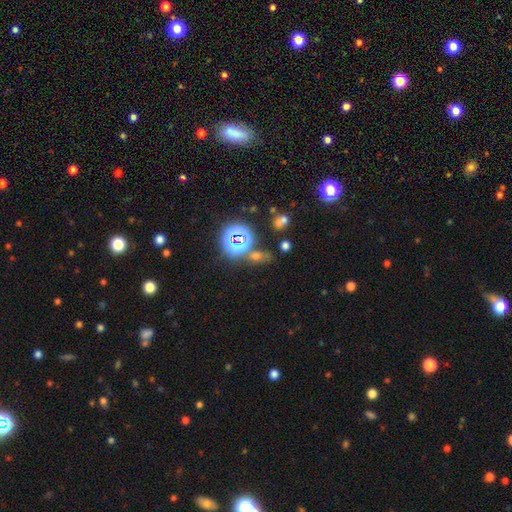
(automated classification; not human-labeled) Smooth or featured? Predicted: star or artifact (p=0.47).